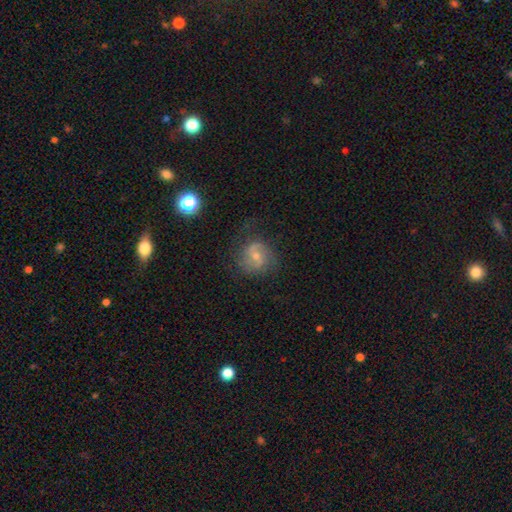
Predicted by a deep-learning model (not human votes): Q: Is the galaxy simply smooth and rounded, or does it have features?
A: featured or disk — 62%.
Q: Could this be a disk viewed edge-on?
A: no — 97%.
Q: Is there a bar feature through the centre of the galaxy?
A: weak — 50%.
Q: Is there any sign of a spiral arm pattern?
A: yes — 88%.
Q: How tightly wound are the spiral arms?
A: medium — 47%.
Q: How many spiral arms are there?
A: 2 — 77%.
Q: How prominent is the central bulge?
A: small — 49%.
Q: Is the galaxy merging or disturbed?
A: none — 68%.